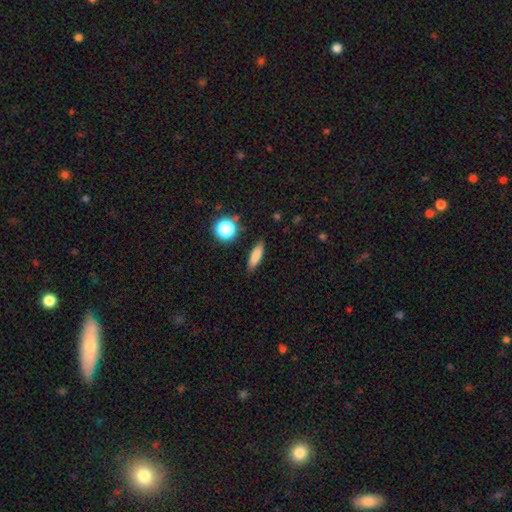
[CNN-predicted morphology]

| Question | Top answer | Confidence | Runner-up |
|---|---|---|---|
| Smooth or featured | smooth | 80% | star or artifact (10%) |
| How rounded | cigar-shaped | 62% | in between (33%) |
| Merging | none | 85% | minor disturbance (10%) |